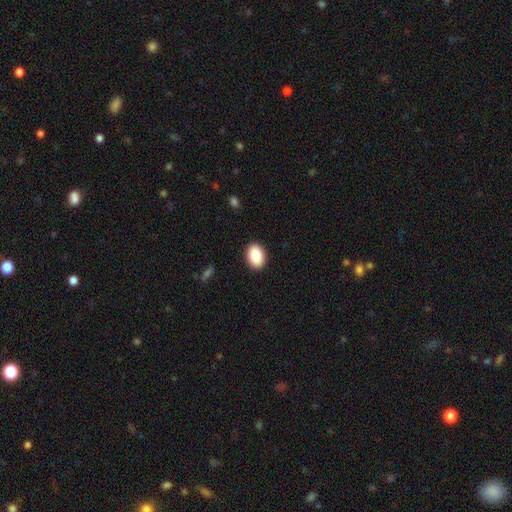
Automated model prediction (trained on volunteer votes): The model was most divided on "how rounded": in between: 85%, round: 14%, cigar-shaped: 1%. More confident: merging — none (90%); smooth or featured — smooth (86%).